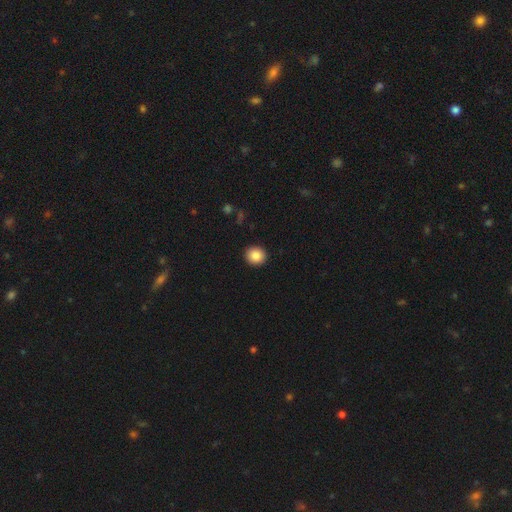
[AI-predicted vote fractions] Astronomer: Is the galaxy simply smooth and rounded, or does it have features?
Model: smooth — 87%.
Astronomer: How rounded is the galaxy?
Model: round — 85%.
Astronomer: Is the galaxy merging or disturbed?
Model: none — 92%.